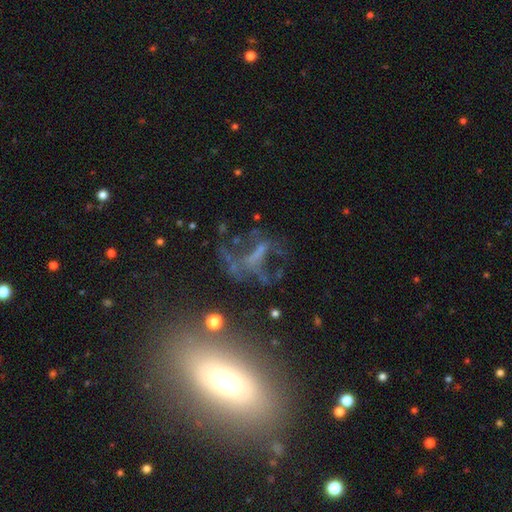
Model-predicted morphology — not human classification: This is possibly a featured or disk galaxy (45%). Merging: marginally none (37%).